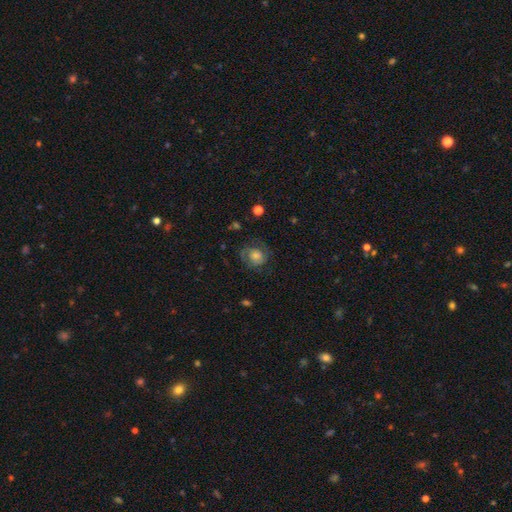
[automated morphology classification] A featured or disk galaxy (50%).

Vote fractions:
- Smooth or featured? featured or disk: 50% / smooth: 38% / star or artifact: 12%
- Edge-on disk? no: 97% / yes: 3%
- Merging? none: 69% / minor disturbance: 18% / major disturbance: 12% / merger: 1%